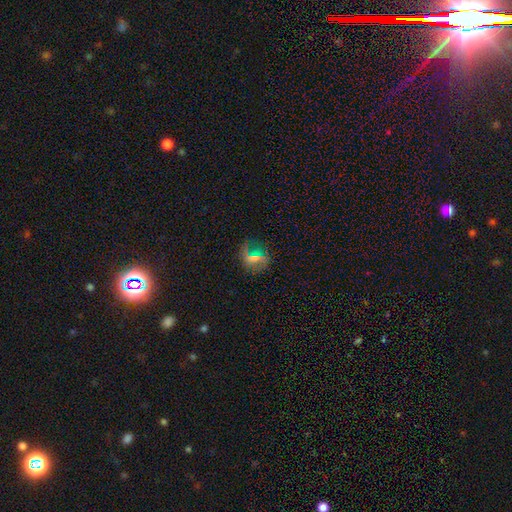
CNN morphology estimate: This appears to be a featured or disk galaxy (43%). Merging: none (74%).